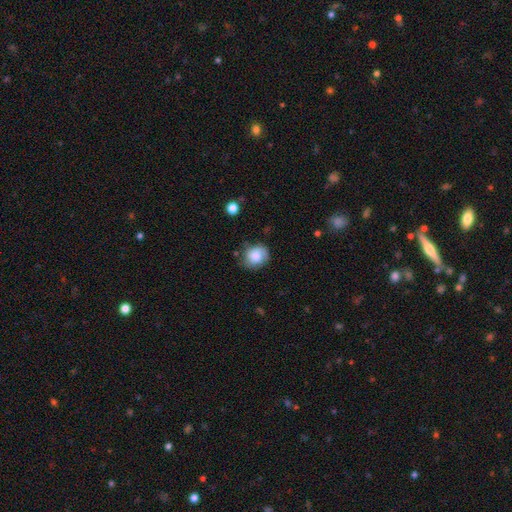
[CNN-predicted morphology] A smooth galaxy with no disk features (75%) that is round (64%).

Vote fractions:
- Smooth or featured? smooth: 75% / featured or disk: 17% / star or artifact: 8%
- How rounded? round: 64% / in between: 35% / cigar-shaped: 1%
- Merging? none: 62% / minor disturbance: 28% / major disturbance: 8% / merger: 3%